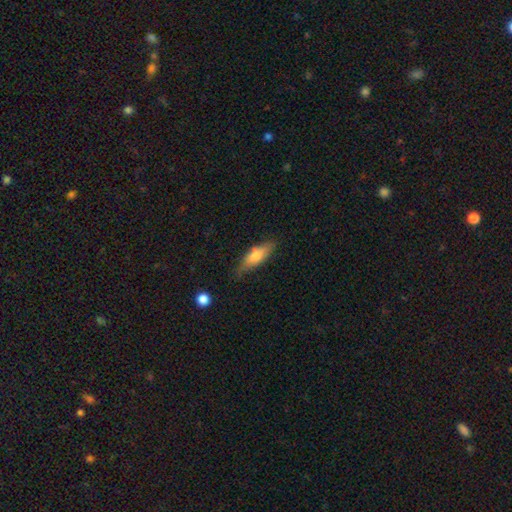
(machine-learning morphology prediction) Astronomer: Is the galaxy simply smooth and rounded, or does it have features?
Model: smooth — 66%.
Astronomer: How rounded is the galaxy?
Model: in between — 54% (runner-up: cigar-shaped, 43%).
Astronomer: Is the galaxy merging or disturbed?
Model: none — 73%.